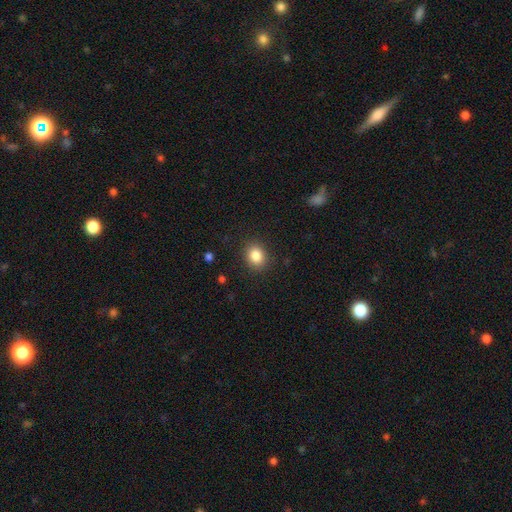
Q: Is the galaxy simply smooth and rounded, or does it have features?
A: smooth — 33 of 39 (85%).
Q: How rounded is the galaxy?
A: round — 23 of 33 (70%).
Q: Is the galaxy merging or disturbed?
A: none — 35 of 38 (92%).